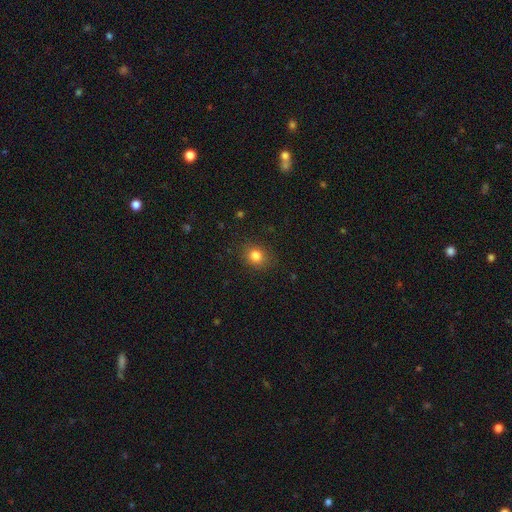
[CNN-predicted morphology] Overall: smooth (82%). How rounded: round (71%). Merging: none (87%).